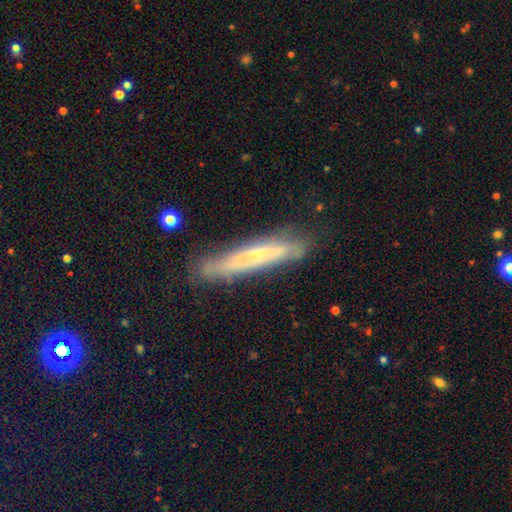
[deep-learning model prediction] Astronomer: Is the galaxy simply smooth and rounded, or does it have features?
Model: featured or disk — 54% (runner-up: smooth, 38%).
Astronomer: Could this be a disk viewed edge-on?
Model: yes — 78%.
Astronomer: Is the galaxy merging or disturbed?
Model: none — 75%.